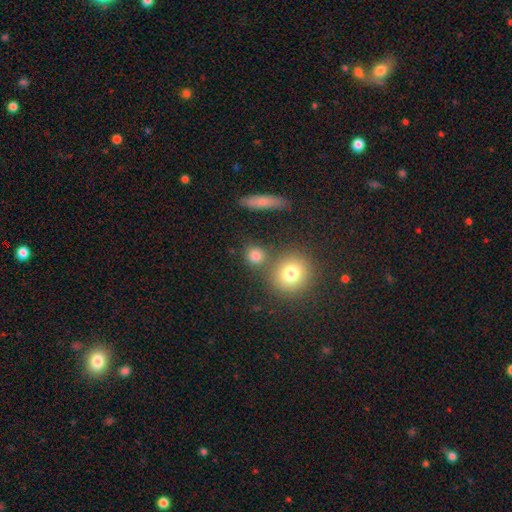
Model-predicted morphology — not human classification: This appears to be a smooth galaxy with no disk features (79%) that is round (87%). Merging: none (72%).